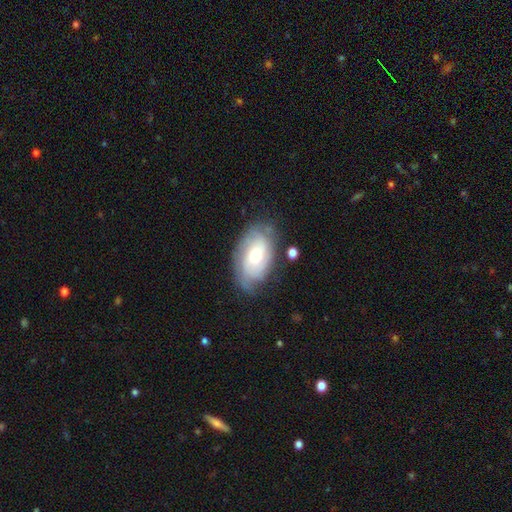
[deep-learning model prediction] smooth_or_featured: featured or disk (p=0.59) [alt: smooth p=0.34]
disk_edge_on: no (p=0.95) [alt: yes p=0.05]
bar: no (p=0.66) [alt: weak p=0.28]
has_spiral_arms: yes (p=0.85) [alt: no p=0.15]
bulge_size: moderate (p=0.45) [alt: large p=0.24]
merging: none (p=0.66) [alt: minor disturbance p=0.23]